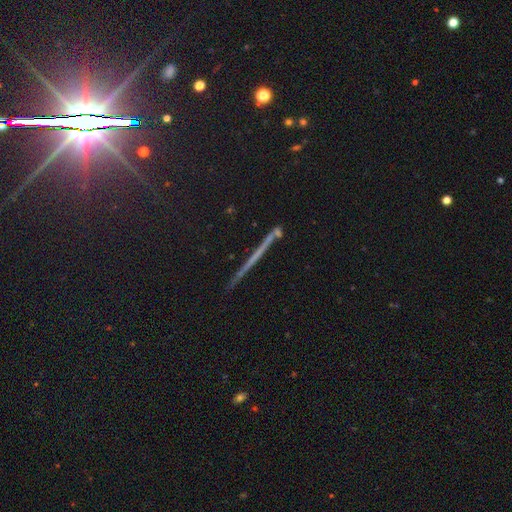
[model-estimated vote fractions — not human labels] This is possibly a featured or disk galaxy (46%). Merging: clearly none (89%).